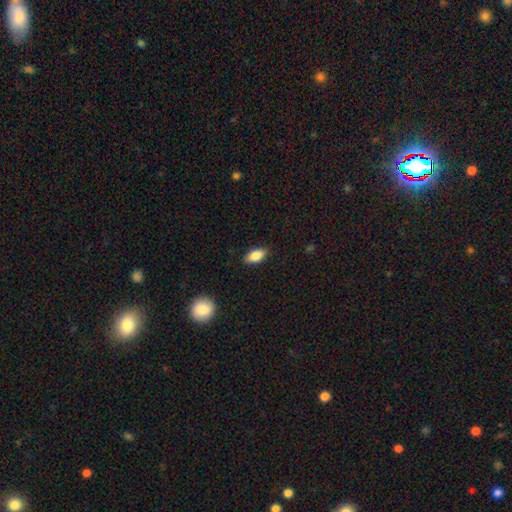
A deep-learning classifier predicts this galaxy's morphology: The model was most divided on "smooth or featured": smooth: 80%, featured or disk: 13%, star or artifact: 7%. More confident: how rounded — in between (86%); merging — none (85%).